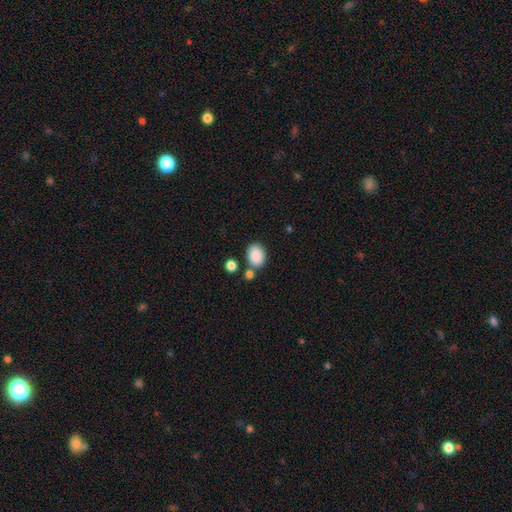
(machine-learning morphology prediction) Smooth or featured? smooth (88%)
How rounded? in between (72%)
Merging? none (69%)